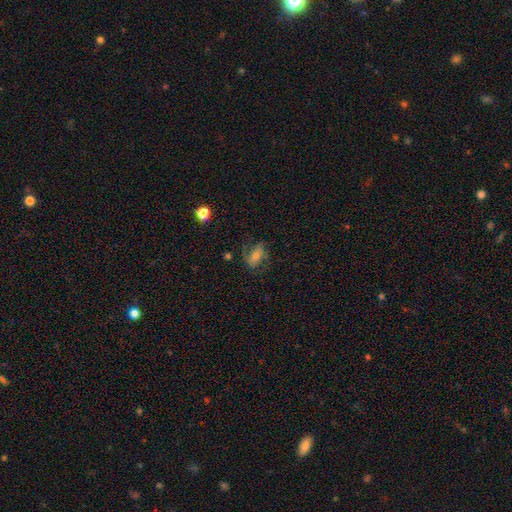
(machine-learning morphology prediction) smooth_or_featured: smooth (p=0.44) [tied with: featured or disk p=0.44]
merging: none (p=0.68) [alt: minor disturbance p=0.19]